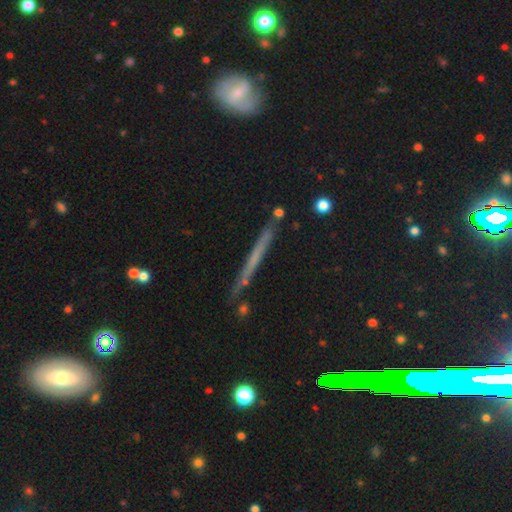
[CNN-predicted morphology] Smooth or featured: featured or disk — 49% (smooth — 40%)
Merging: none — 83% (minor disturbance — 12%)